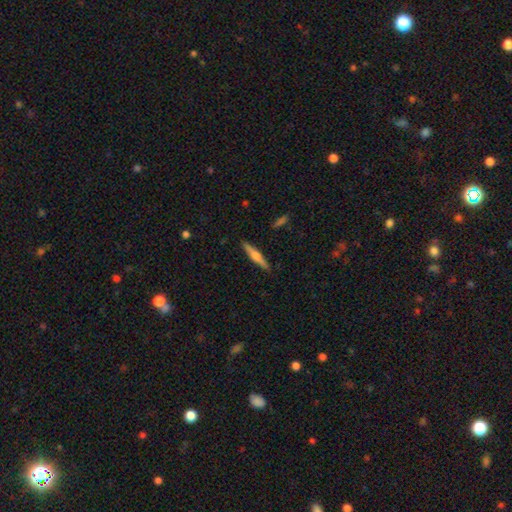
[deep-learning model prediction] smooth_or_featured: featured or disk (p=0.54) [alt: smooth p=0.40]
disk_edge_on: yes (p=0.97) [alt: no p=0.03]
edge_on_bulge: rounded (p=0.81) [alt: boxy p=0.12]
merging: none (p=0.90) [alt: minor disturbance p=0.07]